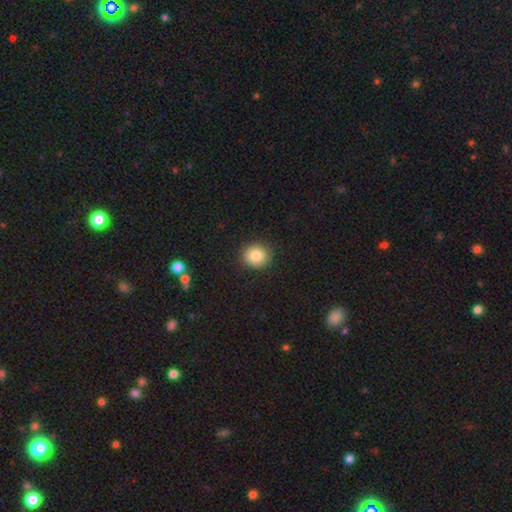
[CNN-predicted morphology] Smooth or featured? smooth (84%)
How rounded? round (87%)
Merging? none (90%)